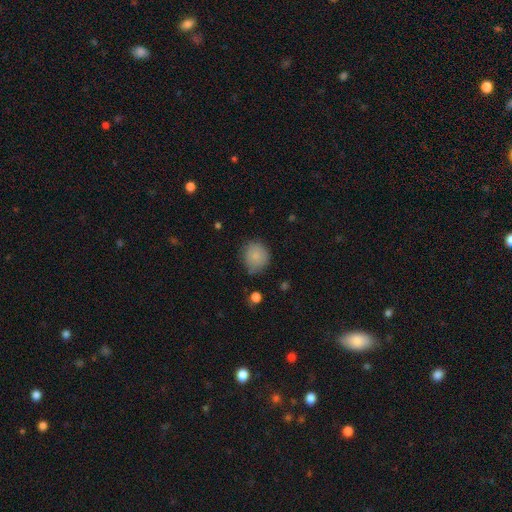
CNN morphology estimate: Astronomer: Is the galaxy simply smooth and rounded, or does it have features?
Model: smooth — 83%.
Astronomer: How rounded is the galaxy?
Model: round — 84%.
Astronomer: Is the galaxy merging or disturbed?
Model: none — 70%.